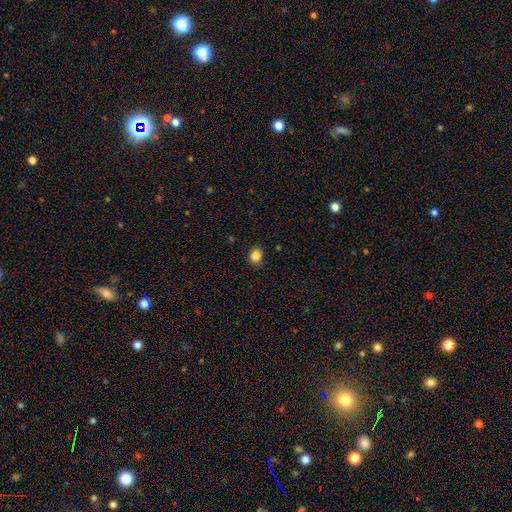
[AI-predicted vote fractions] smooth 85%, star or artifact 11%, featured or disk 4%. Down the decision tree: how rounded — round (64%); merging — none (86%).